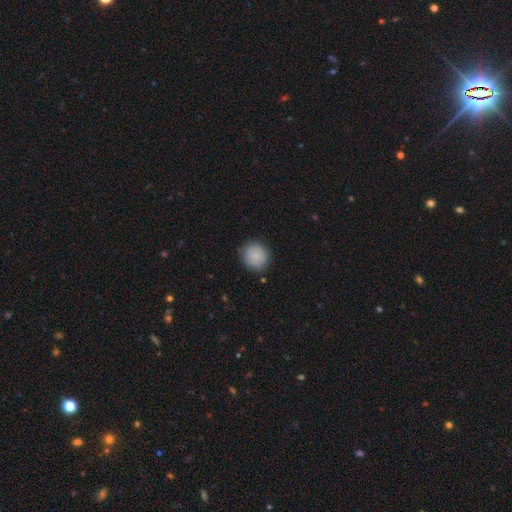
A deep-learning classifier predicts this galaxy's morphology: Q: Smooth or featured?
A: smooth (83%); runner-up: featured or disk (9%)
Q: How rounded?
A: round (89%); runner-up: in between (11%)
Q: Merging?
A: none (85%); runner-up: minor disturbance (11%)